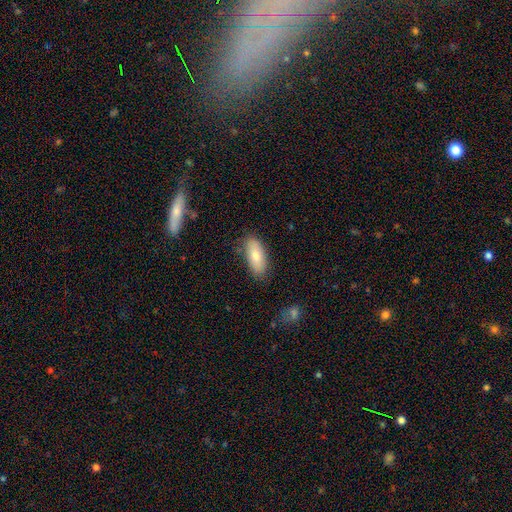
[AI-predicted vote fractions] Smooth or featured? Predicted: smooth (p=0.77). How rounded? Predicted: in between (p=0.86). Merging? Predicted: none (p=0.80).